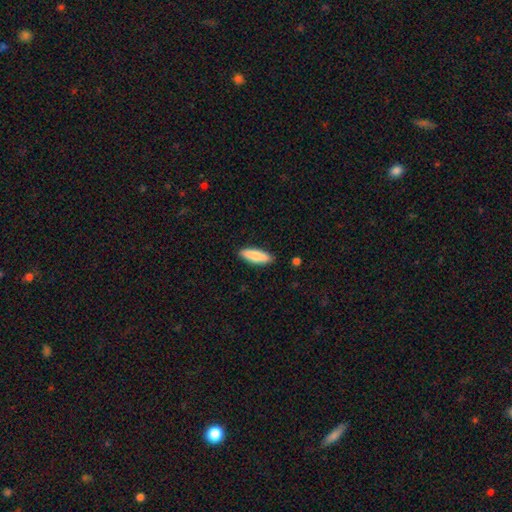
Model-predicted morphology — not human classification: This is clearly a smooth galaxy (82%). How rounded: possibly cigar-shaped (51%). Merging: clearly none (88%).